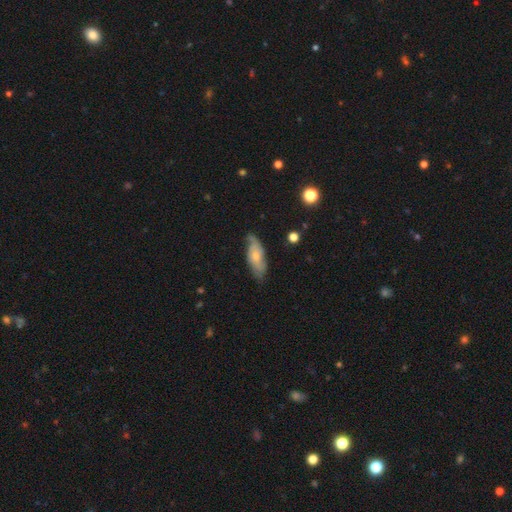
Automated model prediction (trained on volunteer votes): The model was most divided on "smooth or featured": smooth: 50%, featured or disk: 44%, star or artifact: 6%. More confident: how rounded — in between (76%); merging — none (61%).